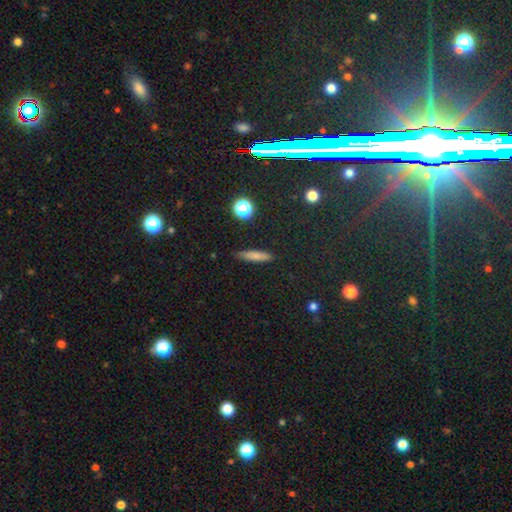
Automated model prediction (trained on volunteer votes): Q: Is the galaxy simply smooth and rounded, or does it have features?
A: smooth — 74%.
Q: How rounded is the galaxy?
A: cigar-shaped — 80%.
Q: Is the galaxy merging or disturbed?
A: none — 85%.